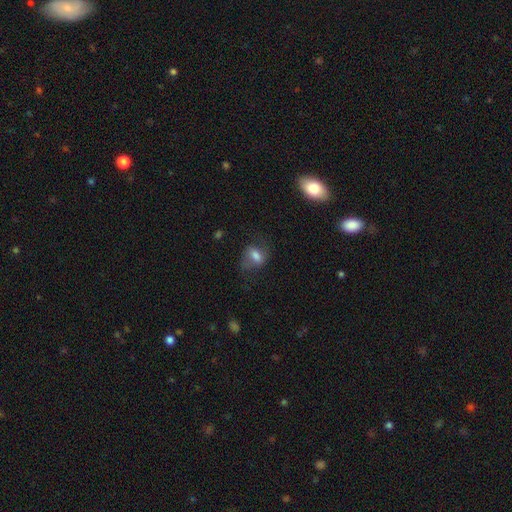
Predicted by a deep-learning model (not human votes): Smooth or featured? Predicted: smooth (p=0.64). How rounded? Predicted: in between (p=0.77). Merging? Predicted: none (p=0.52).